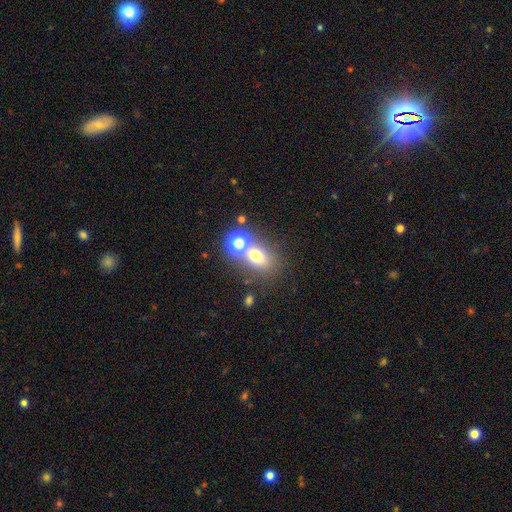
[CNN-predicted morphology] Smooth or featured? Predicted: smooth (p=0.67). How rounded? Predicted: round (p=0.50). Merging? Predicted: none (p=0.50).